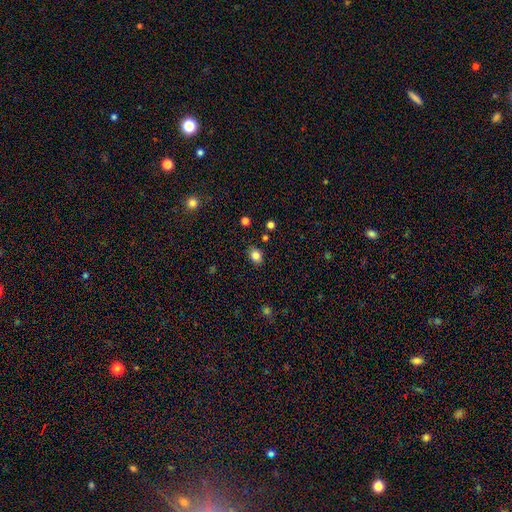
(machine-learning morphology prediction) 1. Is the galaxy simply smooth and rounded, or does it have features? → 83% smooth, 11% star or artifact, 6% featured or disk.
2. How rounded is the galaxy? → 53% in between, 46% round, 1% cigar-shaped.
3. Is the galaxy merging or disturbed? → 84% none, 11% minor disturbance, 3% major disturbance, 2% merger.